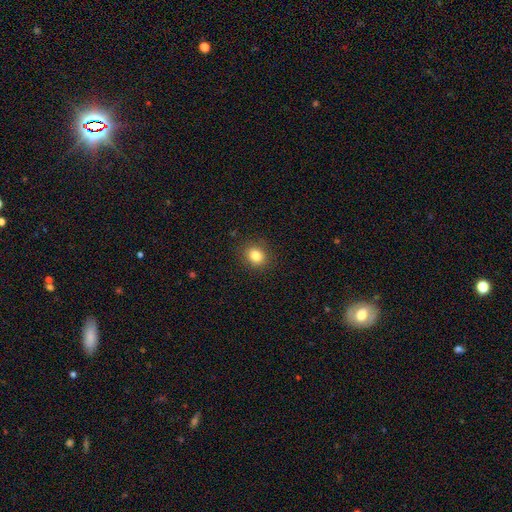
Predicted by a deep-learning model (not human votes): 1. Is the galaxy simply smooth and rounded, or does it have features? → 83% smooth, 11% star or artifact, 6% featured or disk.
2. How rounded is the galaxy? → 68% round, 31% in between, 1% cigar-shaped.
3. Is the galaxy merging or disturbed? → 88% none, 8% minor disturbance, 3% major disturbance, 1% merger.